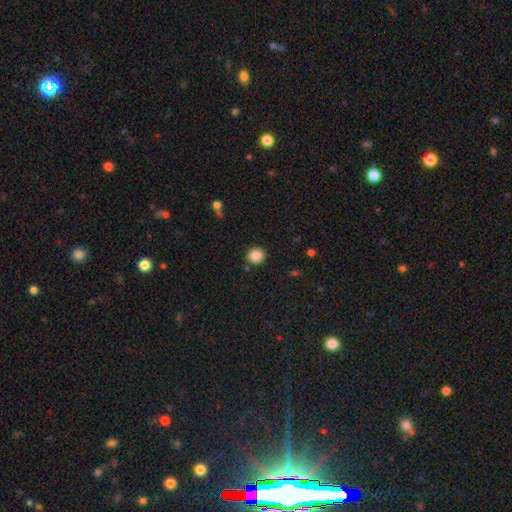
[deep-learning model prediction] smooth-or-featured: smooth: 87% | star or artifact: 10% | featured or disk: 4%
  how-rounded: round: 89% | in between: 10% | cigar-shaped: 1%
  merging: none: 89% | minor disturbance: 7% | merger: 2% | major disturbance: 2%